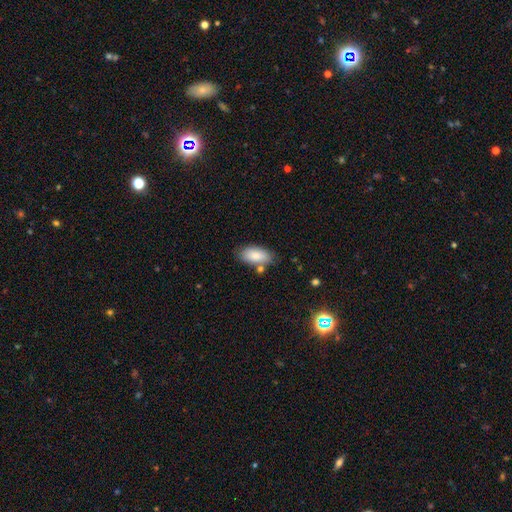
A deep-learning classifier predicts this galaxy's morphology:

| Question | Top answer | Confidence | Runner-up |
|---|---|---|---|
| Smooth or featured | smooth | 84% | featured or disk (9%) |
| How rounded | in between | 92% | cigar-shaped (5%) |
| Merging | none | 71% | minor disturbance (17%) |